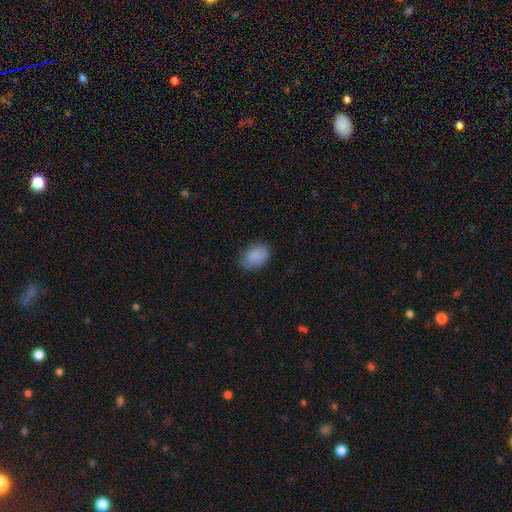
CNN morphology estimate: Q: Smooth or featured?
A: smooth (88%); runner-up: star or artifact (8%)
Q: How rounded?
A: in between (76%); runner-up: round (23%)
Q: Merging?
A: none (77%); runner-up: minor disturbance (18%)